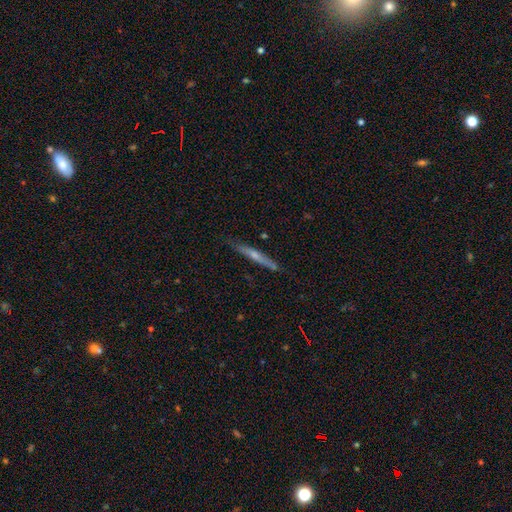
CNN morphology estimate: A featured or disk galaxy (59%) viewed edge-on (96%) with a rounded central bulge (59%). Merging: none (83%).